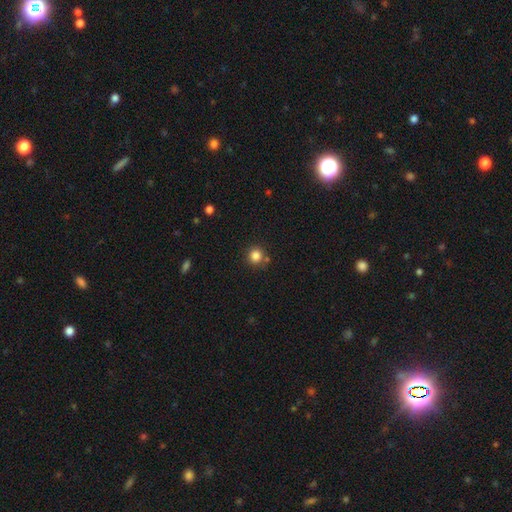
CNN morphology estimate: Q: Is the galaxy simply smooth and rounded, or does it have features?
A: smooth — 83%.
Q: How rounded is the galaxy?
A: round — 90%.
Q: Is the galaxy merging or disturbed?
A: none — 79%.